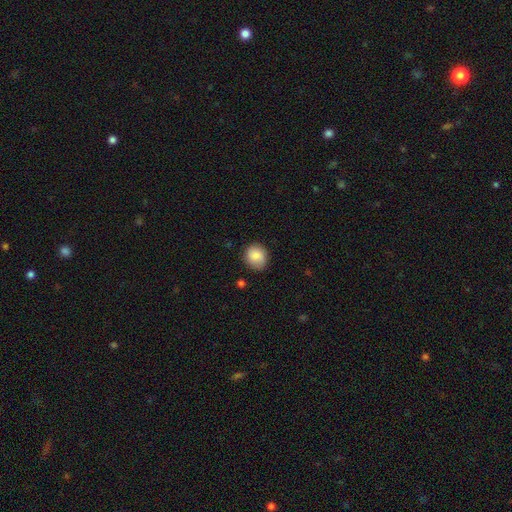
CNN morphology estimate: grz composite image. It shows a smooth galaxy with no disk features (85%) that is round (79%). Merging: none (83%).